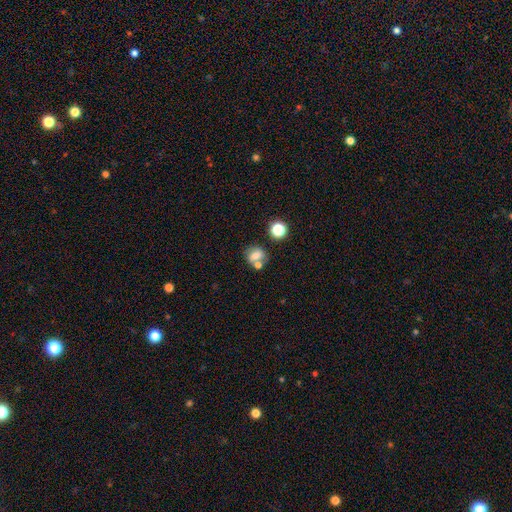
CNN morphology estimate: Smooth or featured? smooth (64%)
How rounded? round (61%)
Merging? none (50%)